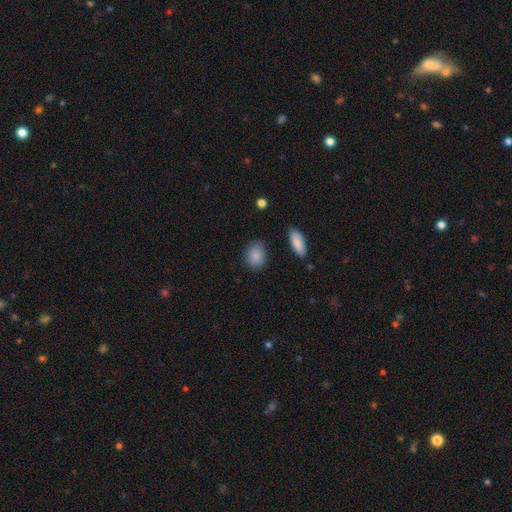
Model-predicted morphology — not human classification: The model was most divided on "how rounded": in between: 60%, round: 38%, cigar-shaped: 2%. More confident: smooth or featured — smooth (86%); merging — none (80%).